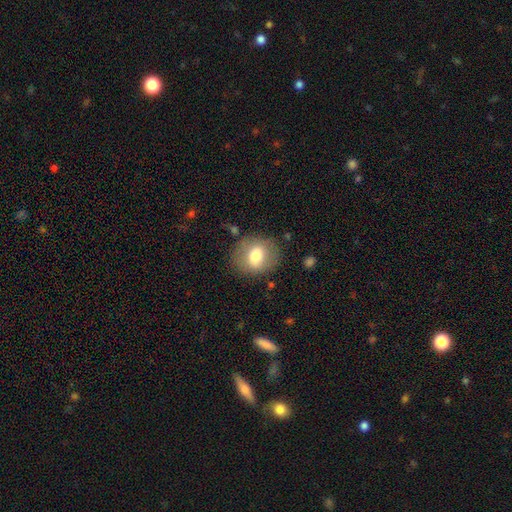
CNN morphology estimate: type=smooth (70%); roundness=round (57%); merging=none (78%).